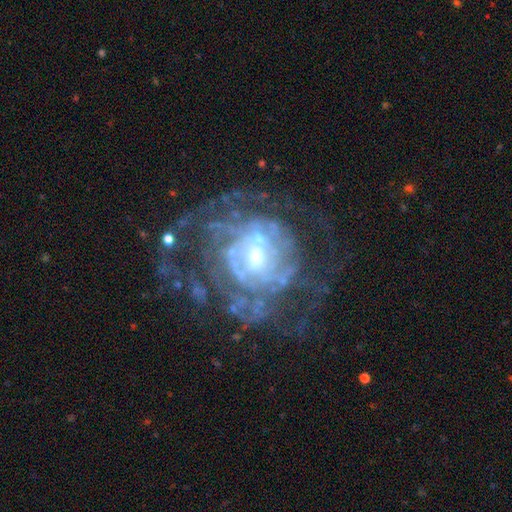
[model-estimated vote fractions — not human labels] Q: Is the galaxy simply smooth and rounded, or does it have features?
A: featured or disk — 86%.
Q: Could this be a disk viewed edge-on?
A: no — 97%.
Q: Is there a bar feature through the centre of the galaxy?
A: weak — 45%.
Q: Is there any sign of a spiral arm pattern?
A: yes — 86%.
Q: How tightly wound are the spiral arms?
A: tight — 48%.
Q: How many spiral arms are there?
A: can't tell — 44%.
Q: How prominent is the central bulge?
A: small — 46%, tied with moderate.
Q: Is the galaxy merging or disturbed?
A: none — 56%.